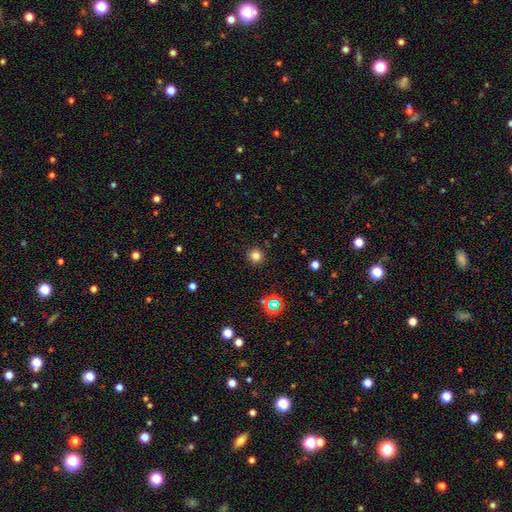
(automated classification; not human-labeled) A smooth galaxy with no disk features (78%) that is round (95%).

Vote fractions:
- Smooth or featured? smooth: 78% / star or artifact: 16% / featured or disk: 5%
- How rounded? round: 95% / in between: 4% / cigar-shaped: 1%
- Merging? none: 91% / minor disturbance: 5% / major disturbance: 2% / merger: 1%